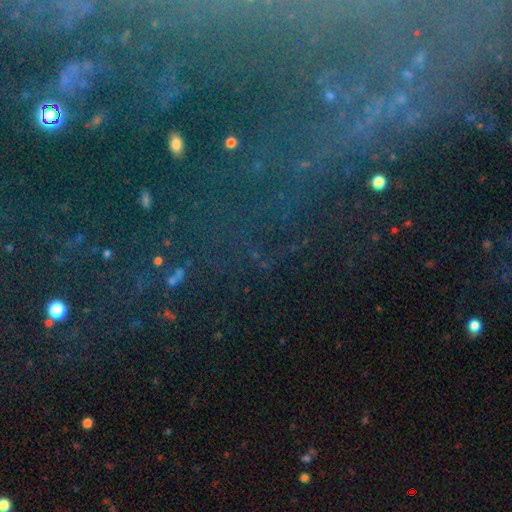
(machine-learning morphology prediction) Smooth or featured: star or artifact — 62% (featured or disk — 23%)